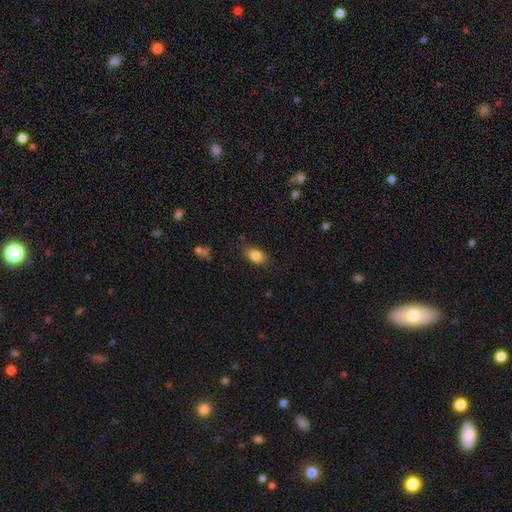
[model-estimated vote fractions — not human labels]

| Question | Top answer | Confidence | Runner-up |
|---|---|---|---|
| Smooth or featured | smooth | 83% | star or artifact (9%) |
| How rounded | in between | 86% | round (10%) |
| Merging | none | 81% | minor disturbance (14%) |